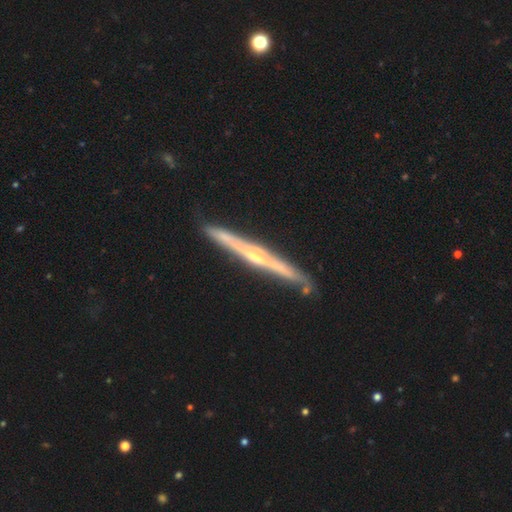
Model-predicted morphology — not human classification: Overall: featured or disk (81%). Edge-on disk: yes (97%). Edge-on bulge: rounded (65%; none 29%). Merging: none (86%).